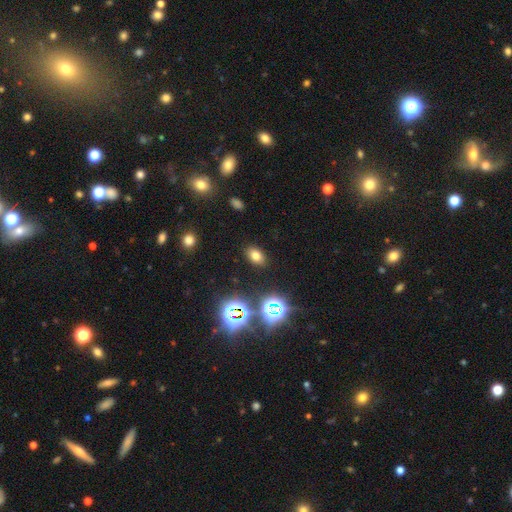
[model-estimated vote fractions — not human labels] Smooth or featured? Predicted: smooth (p=0.69). How rounded? Predicted: in between (p=0.82). Merging? Predicted: none (p=0.87).